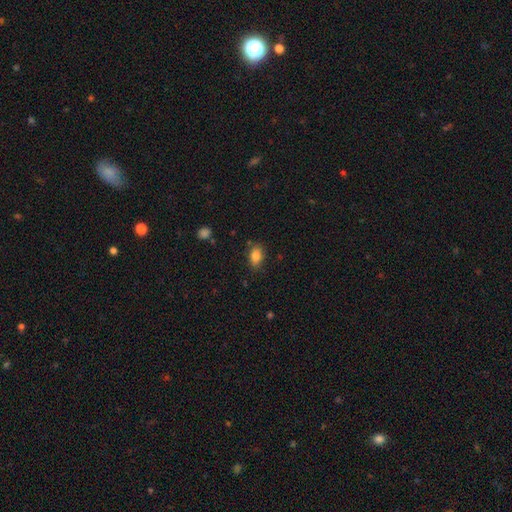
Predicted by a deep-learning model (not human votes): Overall: smooth (84%). How rounded: in between (84%). Merging: none (78%).